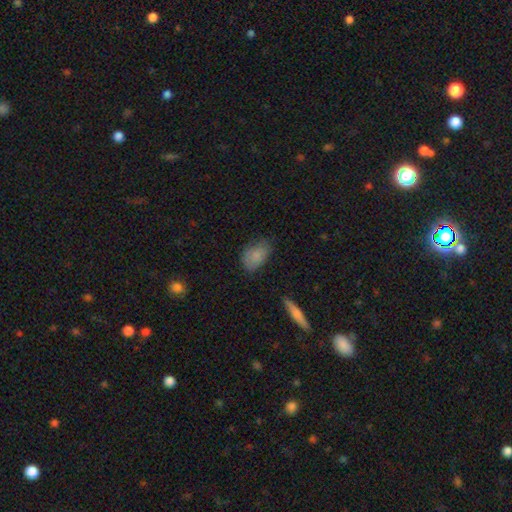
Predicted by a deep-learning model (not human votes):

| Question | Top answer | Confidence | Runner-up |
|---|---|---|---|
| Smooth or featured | smooth | 83% | featured or disk (10%) |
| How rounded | in between | 90% | round (8%) |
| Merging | none | 65% | minor disturbance (27%) |